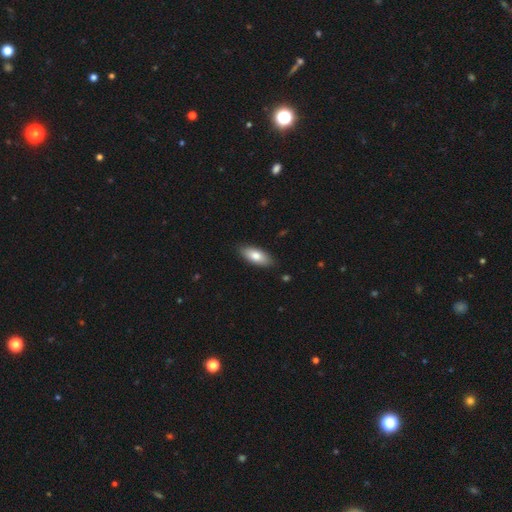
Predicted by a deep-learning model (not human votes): Smooth or featured?
  - smooth: 79% *
  - featured or disk: 15%
  - star or artifact: 6%
How rounded?
  - in between: 83% *
  - cigar-shaped: 15%
  - round: 2%
Merging?
  - none: 86% *
  - minor disturbance: 11%
  - major disturbance: 2%
  - merger: 1%